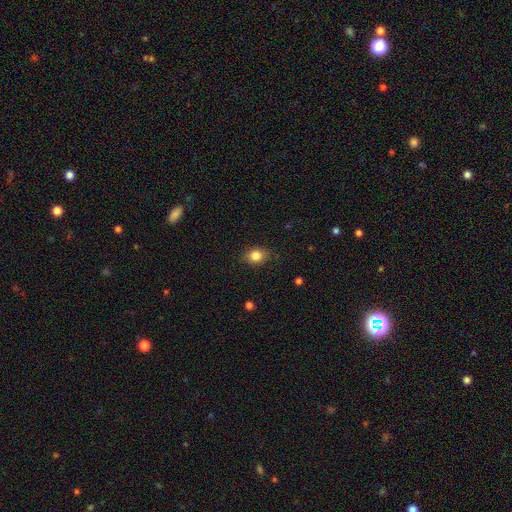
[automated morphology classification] This is clearly a smooth galaxy (83%). How rounded: possibly in between (55%). Merging: clearly none (85%).